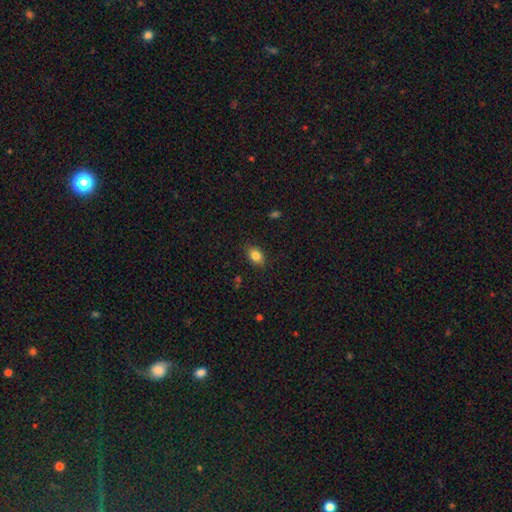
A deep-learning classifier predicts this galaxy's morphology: Q: Smooth or featured?
A: smooth (84%); runner-up: star or artifact (9%)
Q: How rounded?
A: in between (79%); runner-up: round (19%)
Q: Merging?
A: none (86%); runner-up: minor disturbance (11%)